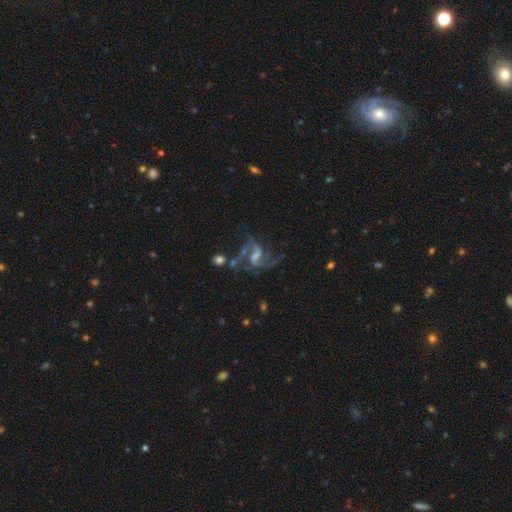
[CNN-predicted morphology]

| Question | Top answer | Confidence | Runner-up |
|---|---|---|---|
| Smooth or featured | featured or disk | 83% | star or artifact (10%) |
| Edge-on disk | no | 97% | yes (3%) |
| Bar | weak | 50% | strong (32%) |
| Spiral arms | yes | 93% | no (7%) |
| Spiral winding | loose | 49% | medium (41%) |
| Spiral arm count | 2 | 73% | 3 (9%) |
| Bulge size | small | 33% | moderate (31%) |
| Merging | none | 48% | major disturbance (25%) |